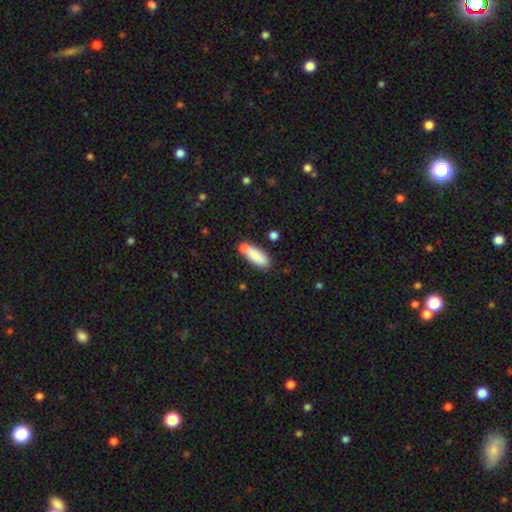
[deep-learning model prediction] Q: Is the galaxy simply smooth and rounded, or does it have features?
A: smooth — 84%.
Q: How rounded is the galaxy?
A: in between — 62%.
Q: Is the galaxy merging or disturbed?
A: none — 63%.